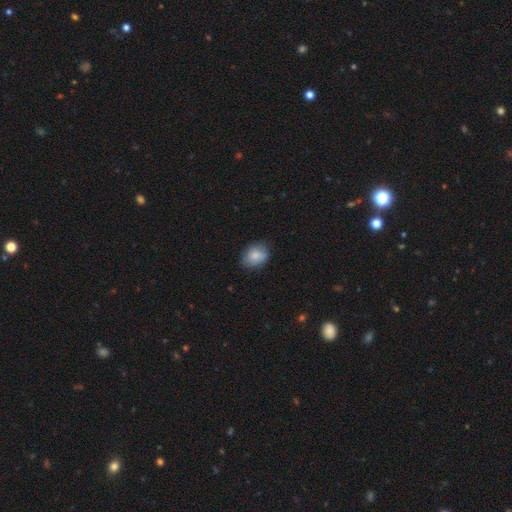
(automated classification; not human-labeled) The model was most divided on "how rounded": in between: 60%, round: 39%, cigar-shaped: 1%. More confident: smooth or featured — smooth (81%); merging — none (76%).